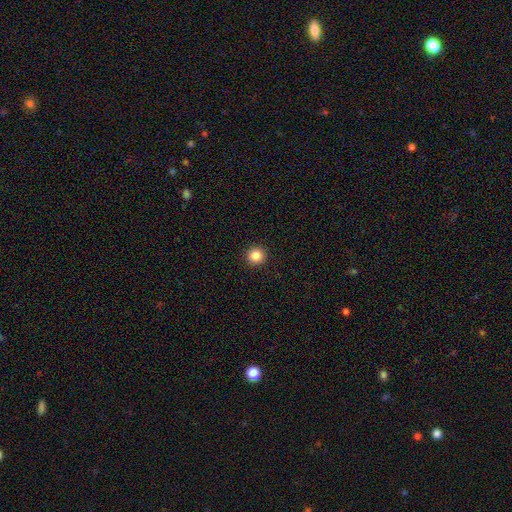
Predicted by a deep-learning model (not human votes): This is clearly a smooth galaxy (85%). How rounded: clearly round (95%). Merging: clearly none (93%).